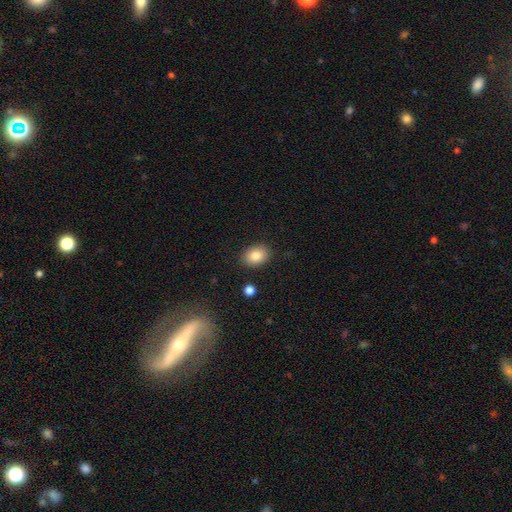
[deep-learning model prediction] smooth 84%, star or artifact 8%, featured or disk 8%. Down the decision tree: how rounded — in between (68%); merging — none (88%).